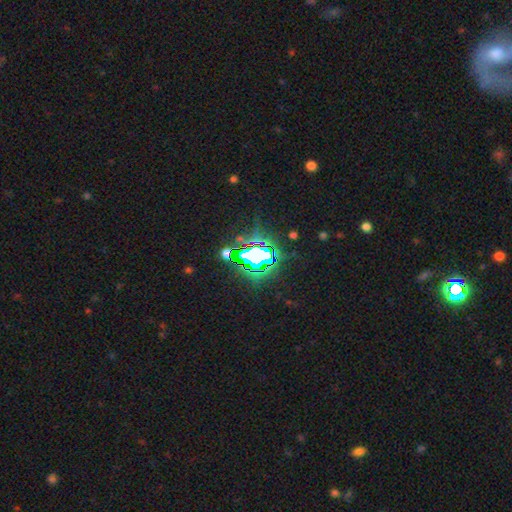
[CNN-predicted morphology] Overall: star or artifact (75%).